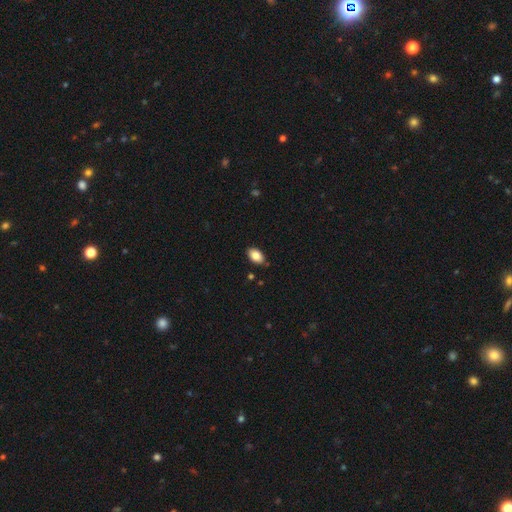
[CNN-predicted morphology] smooth_or_featured: smooth (p=0.84) [alt: featured or disk p=0.08]
how_rounded: in between (p=0.92) [alt: round p=0.07]
merging: none (p=0.84) [alt: minor disturbance p=0.12]